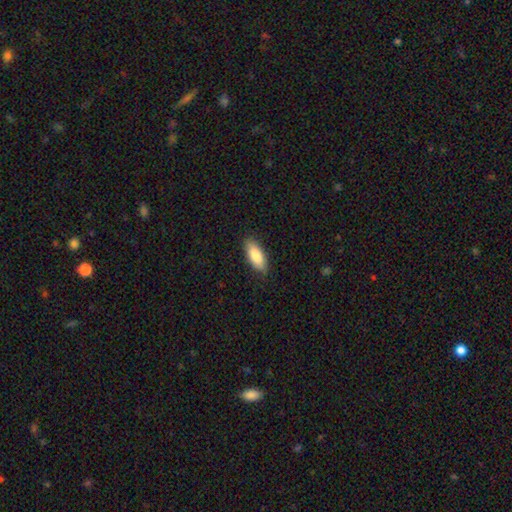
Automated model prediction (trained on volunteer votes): Smooth or featured: smooth — 85% (featured or disk — 9%)
How rounded: in between — 79% (cigar-shaped — 19%)
Merging: none — 86% (minor disturbance — 11%)